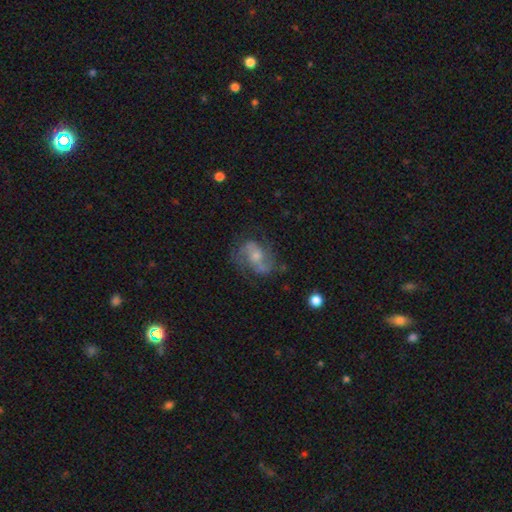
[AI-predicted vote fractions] smooth-or-featured: featured or disk: 72% | smooth: 18% | star or artifact: 10%
  disk-edge-on: no: 97% | yes: 3%
    bar: no: 55% | weak: 35% | strong: 10%
    has-spiral-arms: yes: 88% | no: 12%
      spiral-winding: medium: 48% | loose: 32% | tight: 20%
      spiral-arm-count: 2: 72% | can't tell: 14% | 3: 6% | 1: 4% | 4: 2% | more than 4: 2%
    bulge-size: moderate: 48% | small: 41% | none: 5% | large: 5% | dominant: 1%
  merging: none: 64% | minor disturbance: 20% | major disturbance: 14% | merger: 2%